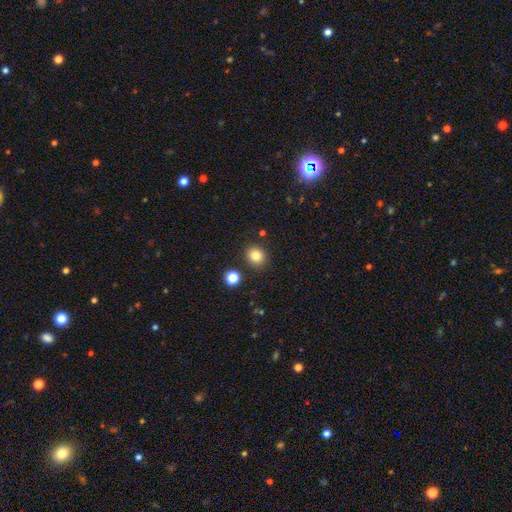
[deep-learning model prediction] Smooth or featured?
  - smooth: 82% *
  - star or artifact: 12%
  - featured or disk: 6%
How rounded?
  - round: 83% *
  - in between: 16%
  - cigar-shaped: 1%
Merging?
  - none: 87% *
  - minor disturbance: 7%
  - merger: 4%
  - major disturbance: 2%